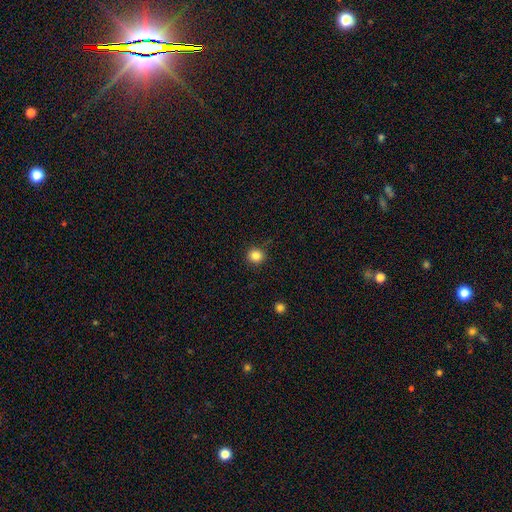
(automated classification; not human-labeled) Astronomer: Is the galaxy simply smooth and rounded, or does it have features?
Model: smooth — 84%.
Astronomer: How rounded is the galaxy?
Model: round — 92%.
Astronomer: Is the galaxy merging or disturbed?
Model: none — 90%.